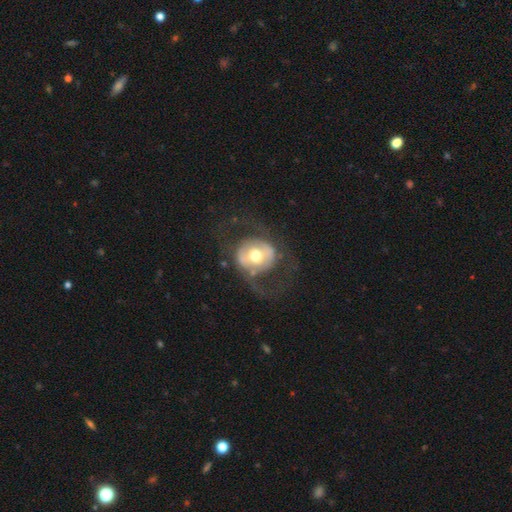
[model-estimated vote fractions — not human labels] smooth-or-featured: featured or disk: 60% | smooth: 33% | star or artifact: 6%
  disk-edge-on: no: 95% | yes: 5%
    bar: no: 55% | weak: 29% | strong: 17%
    has-spiral-arms: no: 54% | yes: 46%
    bulge-size: moderate: 71% | large: 17% | small: 9% | dominant: 2% | none: 1%
  merging: none: 54% | major disturbance: 28% | minor disturbance: 16% | merger: 2%